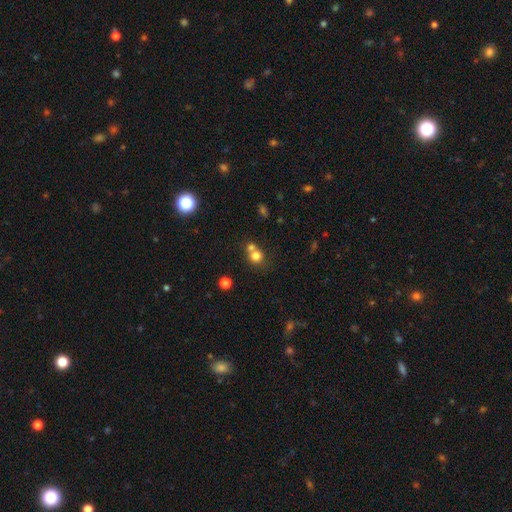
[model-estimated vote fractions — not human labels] smooth-or-featured: smooth: 76% | star or artifact: 14% | featured or disk: 10%
  how-rounded: round: 84% | in between: 15% | cigar-shaped: 1%
  merging: merger: 45% | none: 44% | minor disturbance: 7% | major disturbance: 4%